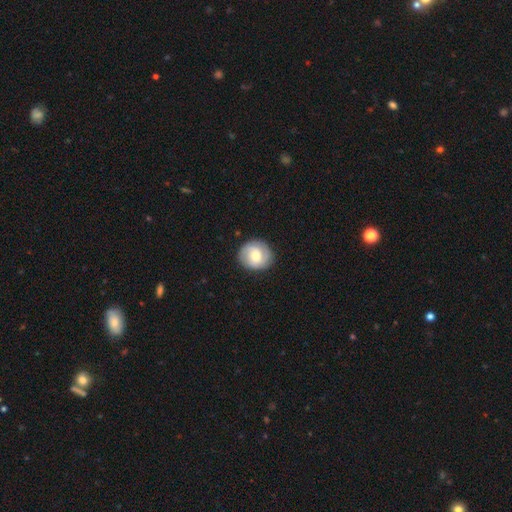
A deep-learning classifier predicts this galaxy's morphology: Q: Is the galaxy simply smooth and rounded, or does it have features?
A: smooth — 47%.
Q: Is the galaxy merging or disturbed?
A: none — 86%.